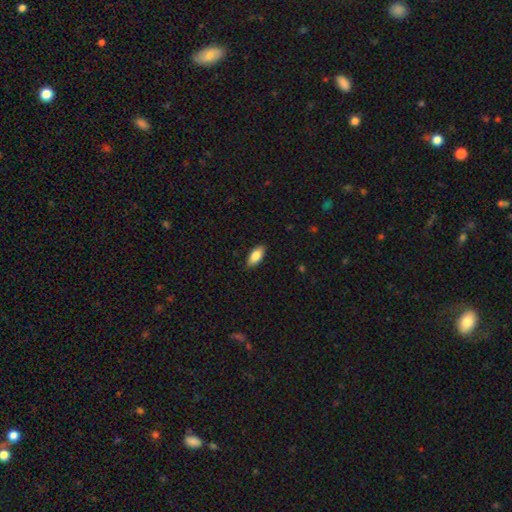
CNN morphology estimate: This appears to be a smooth galaxy with no disk features (84%) that is in between round and cigar-shaped (89%). Merging: none (88%).